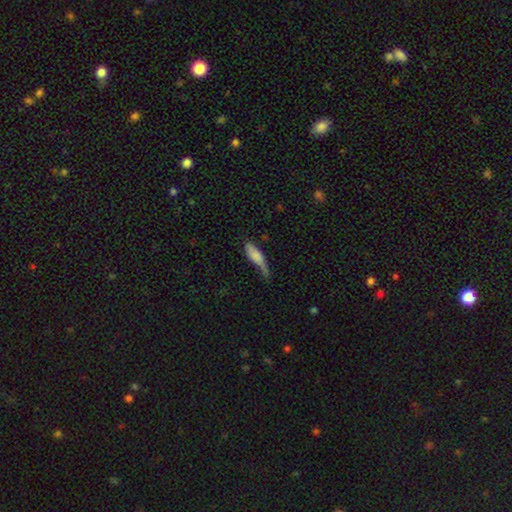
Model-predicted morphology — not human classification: This is likely a smooth galaxy (71%). How rounded: possibly in between (49%, tied with cigar-shaped). Merging: marginally minor disturbance (40%).